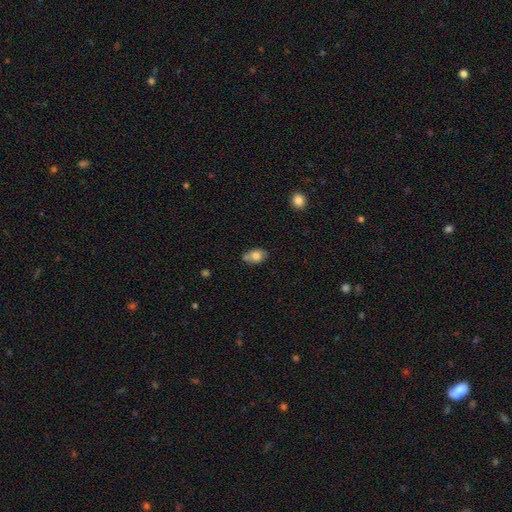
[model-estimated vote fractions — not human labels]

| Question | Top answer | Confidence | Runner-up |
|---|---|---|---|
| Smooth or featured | smooth | 77% | featured or disk (14%) |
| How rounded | in between | 86% | round (12%) |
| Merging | none | 59% | minor disturbance (23%) |